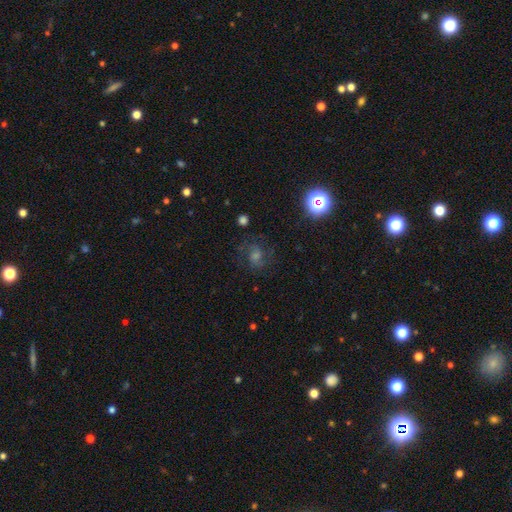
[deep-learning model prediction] The model was most divided on "smooth or featured": featured or disk: 49%, star or artifact: 31%, smooth: 20%. More confident: merging — none (74%).